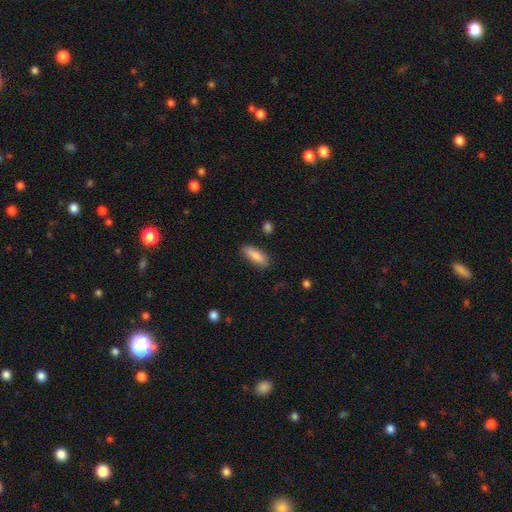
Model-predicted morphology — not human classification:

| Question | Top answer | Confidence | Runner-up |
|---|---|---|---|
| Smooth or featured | smooth | 83% | featured or disk (11%) |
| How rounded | in between | 61% | cigar-shaped (37%) |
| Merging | none | 83% | minor disturbance (12%) |